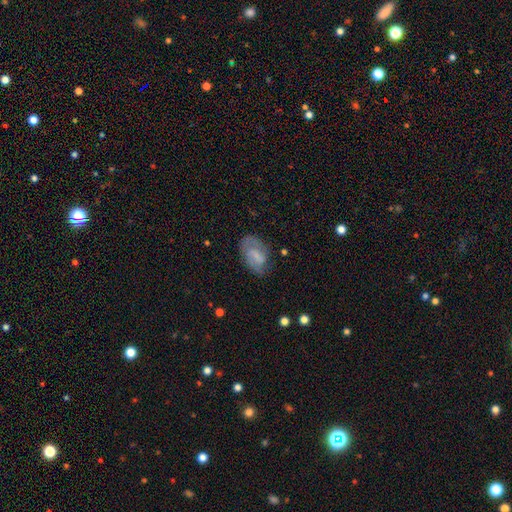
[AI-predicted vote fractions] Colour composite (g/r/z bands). It shows a featured or disk galaxy (49%). Merging: none (59%).